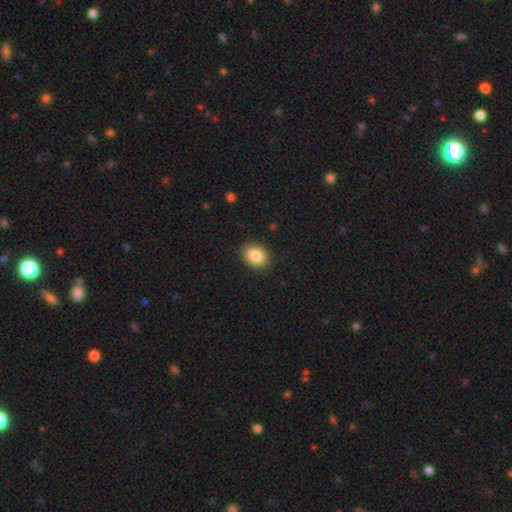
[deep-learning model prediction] smooth 86%, star or artifact 8%, featured or disk 6%. Down the decision tree: how rounded — in between (64%); merging — none (89%).